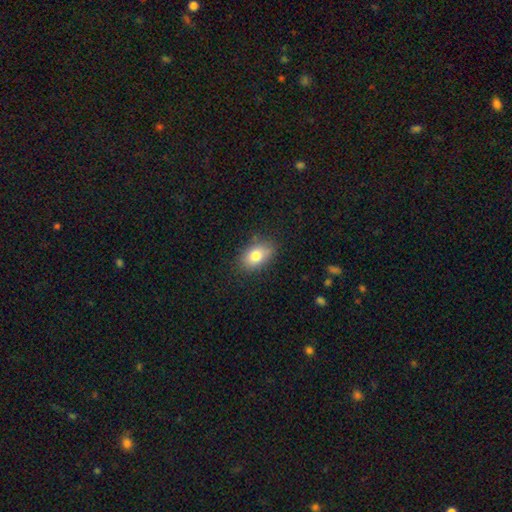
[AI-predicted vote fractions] This appears to be a smooth galaxy with no disk features (80%) that is in between round and cigar-shaped (85%). Merging: none (81%).